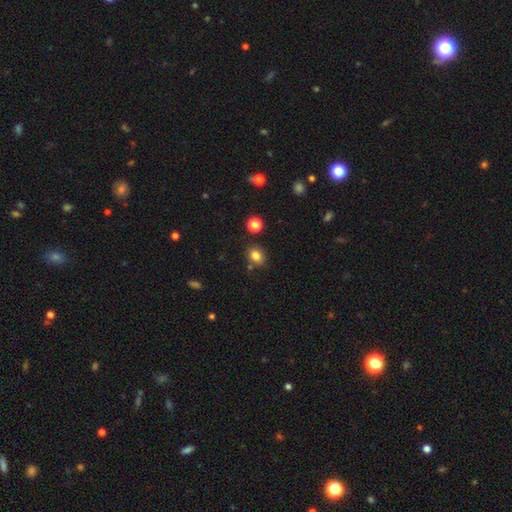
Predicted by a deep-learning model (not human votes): The model was most divided on "how rounded": in between: 51%, round: 48%, cigar-shaped: 1%. More confident: smooth or featured — smooth (81%); merging — none (80%).